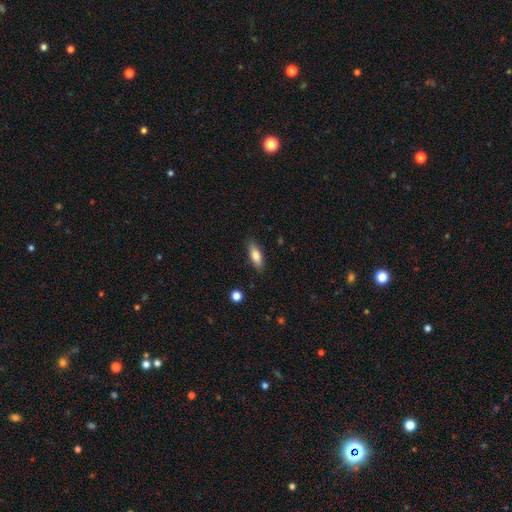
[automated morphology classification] smooth-or-featured: smooth: 78% | featured or disk: 15% | star or artifact: 7%
  how-rounded: in between: 63% | cigar-shaped: 34% | round: 2%
  merging: none: 85% | minor disturbance: 11% | major disturbance: 2% | merger: 1%